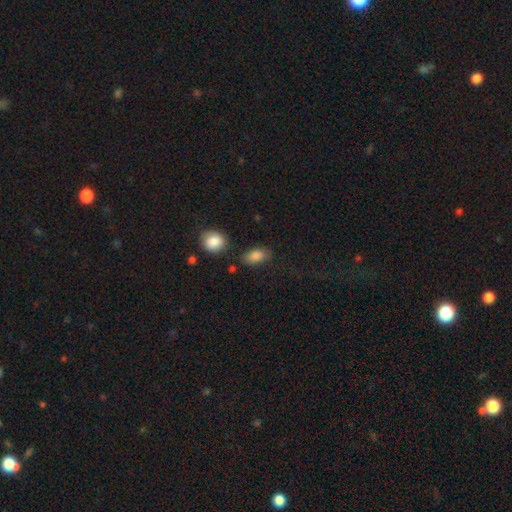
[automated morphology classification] Overall: smooth (86%). How rounded: in between (88%). Merging: none (74%).